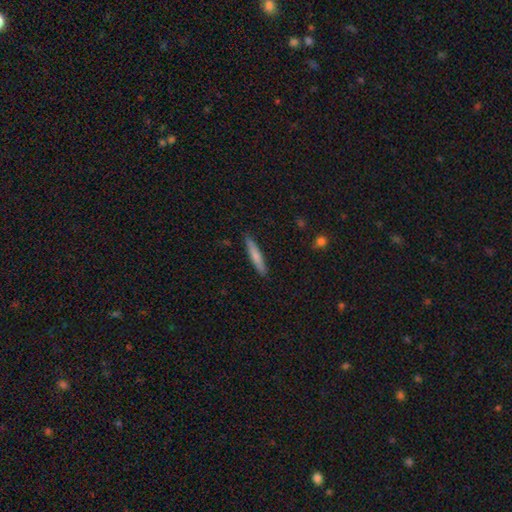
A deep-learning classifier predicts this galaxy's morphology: smooth-or-featured: smooth: 72% | featured or disk: 22% | star or artifact: 6%
  how-rounded: cigar-shaped: 91% | in between: 7% | round: 1%
  merging: none: 90% | minor disturbance: 7% | major disturbance: 2% | merger: 1%